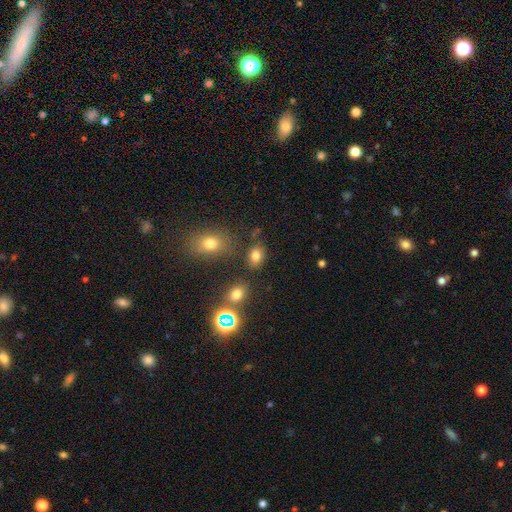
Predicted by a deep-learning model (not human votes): Smooth or featured? smooth (76%)
How rounded? in between (76%)
Merging? none (77%)